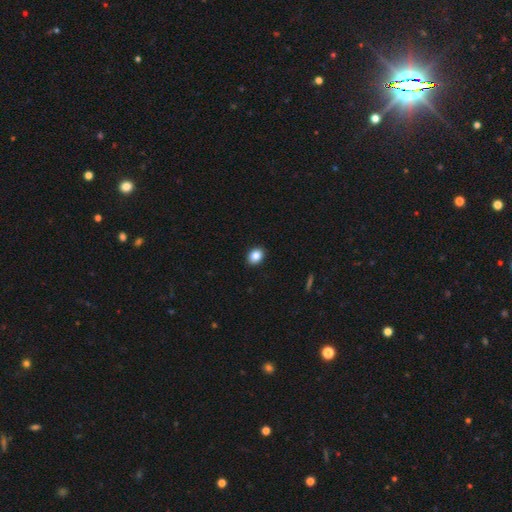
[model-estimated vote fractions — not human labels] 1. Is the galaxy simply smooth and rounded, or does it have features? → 86% smooth, 9% star or artifact, 5% featured or disk.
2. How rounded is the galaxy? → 60% in between, 39% round, 1% cigar-shaped.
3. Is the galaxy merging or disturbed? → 91% none, 6% minor disturbance, 2% major disturbance, 1% merger.